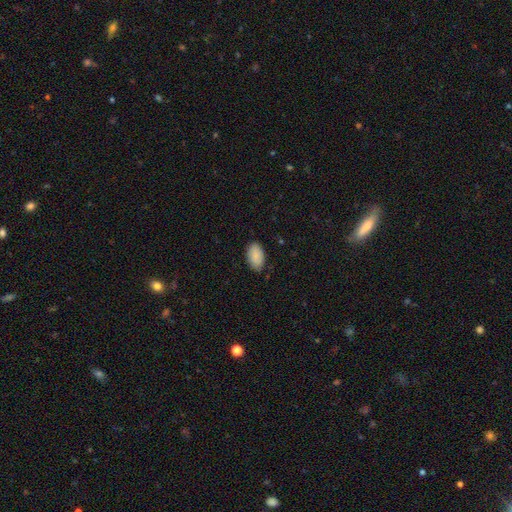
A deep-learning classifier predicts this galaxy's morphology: smooth-or-featured: smooth: 88% | star or artifact: 7% | featured or disk: 5%
  how-rounded: in between: 94% | round: 4% | cigar-shaped: 1%
  merging: none: 82% | minor disturbance: 15% | major disturbance: 2% | merger: 1%